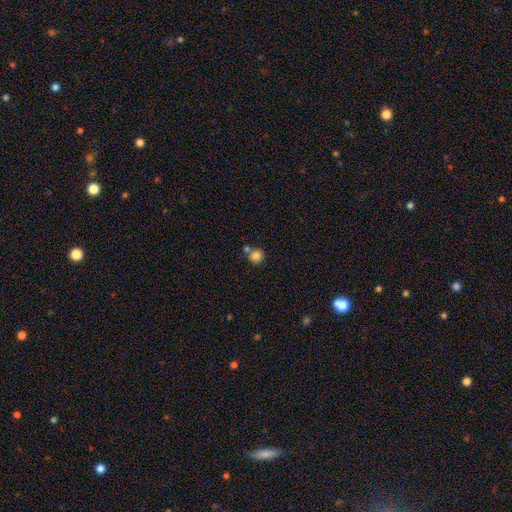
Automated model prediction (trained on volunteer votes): smooth-or-featured: smooth: 84% | star or artifact: 11% | featured or disk: 5%
  how-rounded: round: 85% | in between: 14% | cigar-shaped: 1%
  merging: none: 63% | merger: 23% | minor disturbance: 11% | major disturbance: 4%